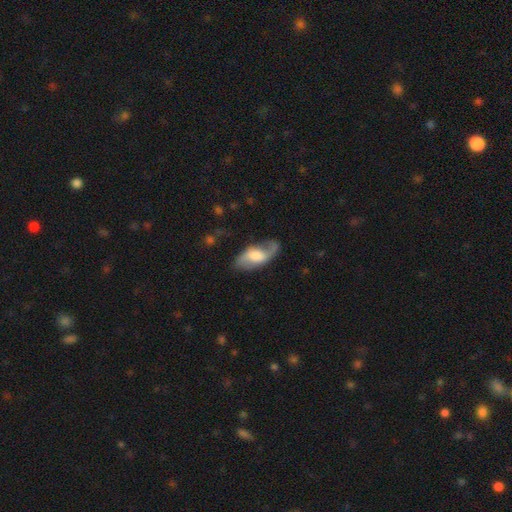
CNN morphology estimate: smooth_or_featured: featured or disk (p=0.62) [alt: smooth p=0.32]
disk_edge_on: no (p=0.91) [alt: yes p=0.09]
bar: weak (p=0.45) [alt: no p=0.40]
has_spiral_arms: yes (p=0.87) [alt: no p=0.13]
bulge_size: moderate (p=0.38) [alt: large p=0.35]
merging: none (p=0.62) [alt: minor disturbance p=0.23]